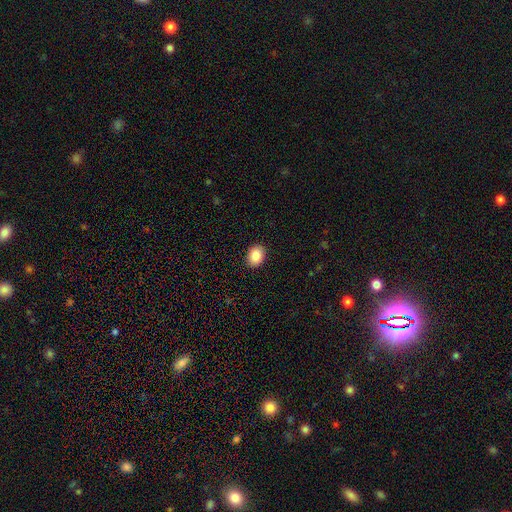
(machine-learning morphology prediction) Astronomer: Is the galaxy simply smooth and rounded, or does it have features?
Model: smooth — 89%.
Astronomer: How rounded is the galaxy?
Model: in between — 70%.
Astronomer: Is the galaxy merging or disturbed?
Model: none — 90%.